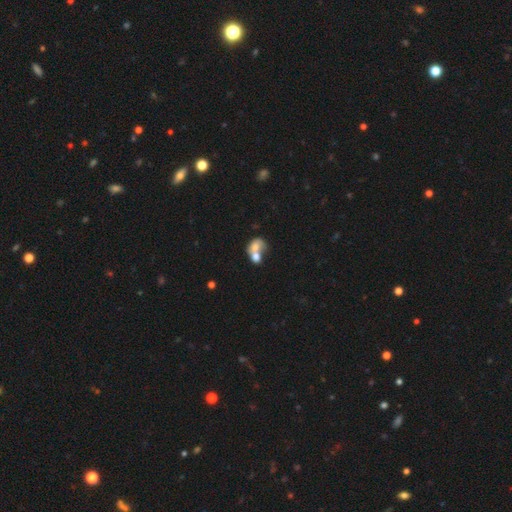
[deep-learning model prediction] Smooth or featured: smooth — 66% (featured or disk — 24%)
How rounded: in between — 59% (round — 40%)
Merging: merger — 74% (none — 14%)